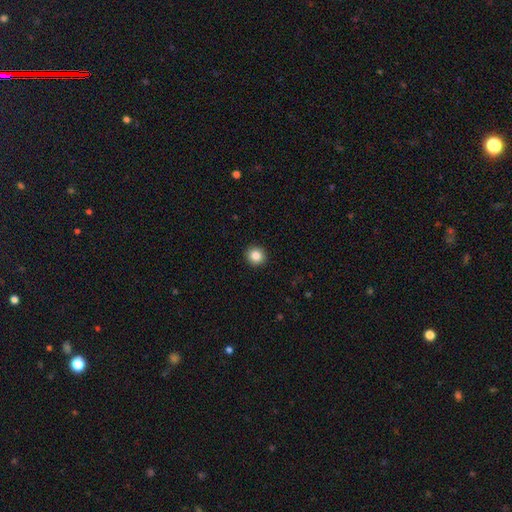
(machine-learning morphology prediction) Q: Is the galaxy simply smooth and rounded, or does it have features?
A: smooth — 86%.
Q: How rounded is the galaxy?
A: round — 92%.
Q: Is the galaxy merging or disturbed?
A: none — 93%.